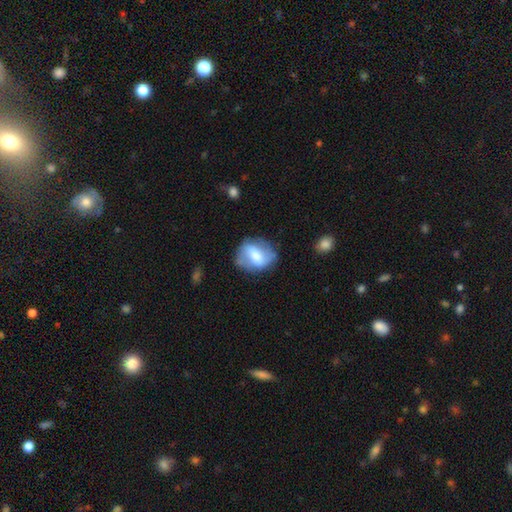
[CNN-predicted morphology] smooth_or_featured: smooth (p=0.47) [alt: featured or disk p=0.46]
merging: none (p=0.65) [alt: minor disturbance p=0.23]